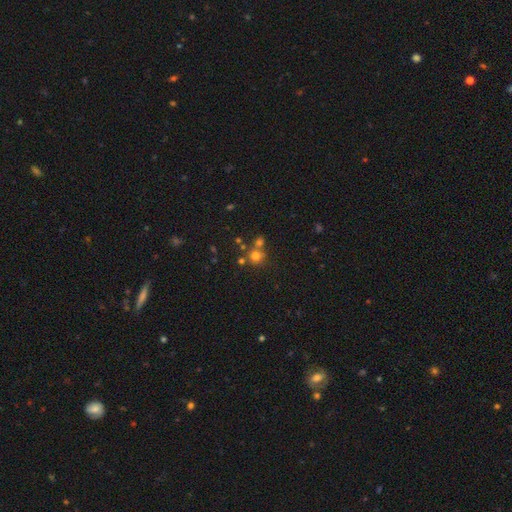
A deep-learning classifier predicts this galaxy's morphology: smooth-or-featured: smooth: 72% | star or artifact: 19% | featured or disk: 9%
  how-rounded: round: 90% | in between: 10% | cigar-shaped: 1%
  merging: none: 59% | merger: 30% | minor disturbance: 8% | major disturbance: 3%